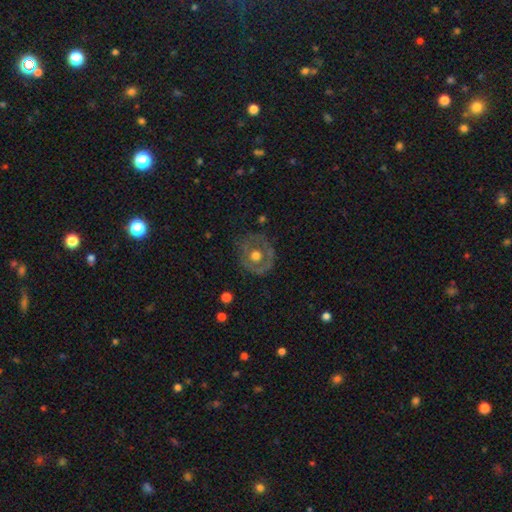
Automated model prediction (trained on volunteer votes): A featured or disk galaxy (55%) with no bar (89%), no spiral arms (84%) and a moderate central bulge (67%). Merging: none (72%).